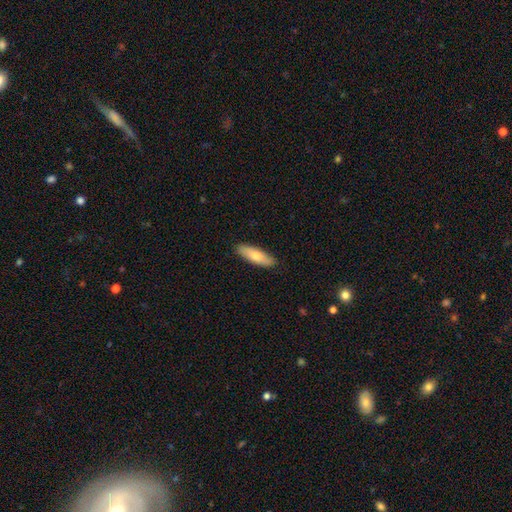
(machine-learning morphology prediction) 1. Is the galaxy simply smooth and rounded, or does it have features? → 77% smooth, 18% featured or disk, 5% star or artifact.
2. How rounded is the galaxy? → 52% in between, 47% cigar-shaped, 2% round.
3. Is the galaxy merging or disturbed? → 88% none, 9% minor disturbance, 2% major disturbance, 1% merger.